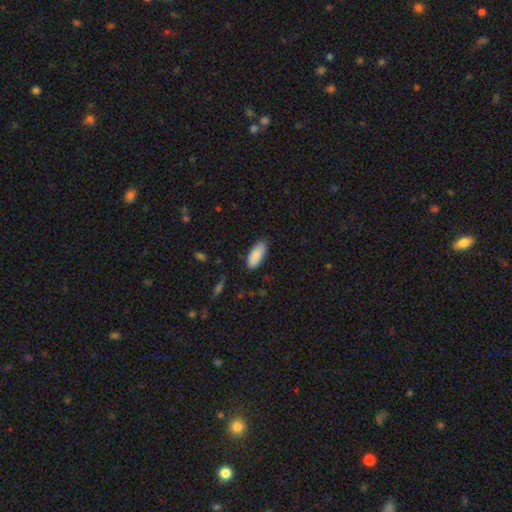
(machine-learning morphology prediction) smooth_or_featured: smooth (p=0.88) [alt: star or artifact p=0.06]
how_rounded: in between (p=0.85) [alt: cigar-shaped p=0.14]
merging: none (p=0.84) [alt: minor disturbance p=0.12]